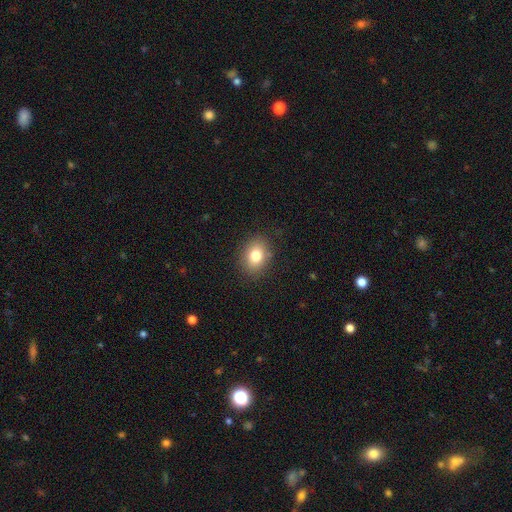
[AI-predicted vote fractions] This appears to be a smooth galaxy with no disk features (80%) that is in between round and cigar-shaped (62%). Merging: none (86%).